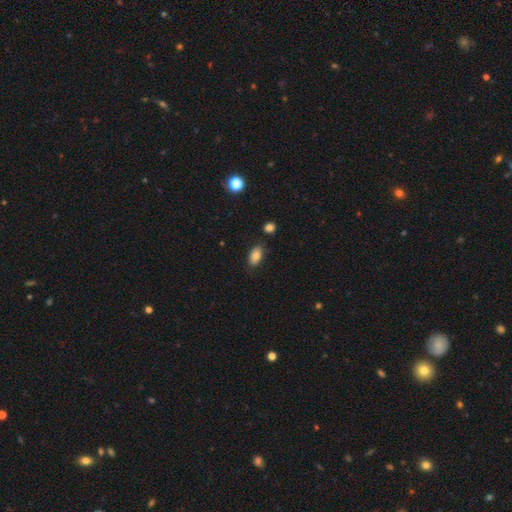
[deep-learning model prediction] This is clearly a smooth galaxy (83%). How rounded: clearly in between (92%). Merging: clearly none (80%).